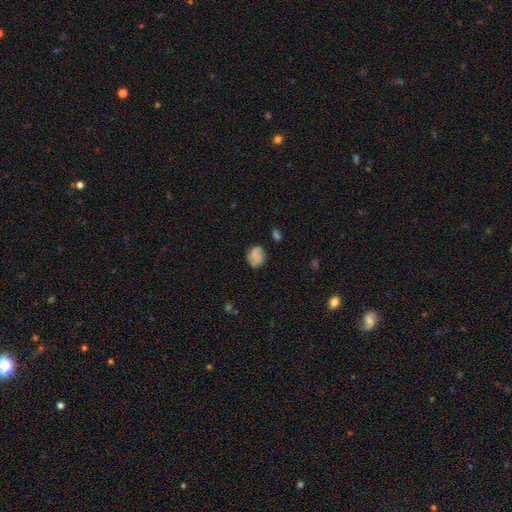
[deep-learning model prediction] A smooth galaxy with no disk features (55%) that is round (61%). Merging: none (75%).